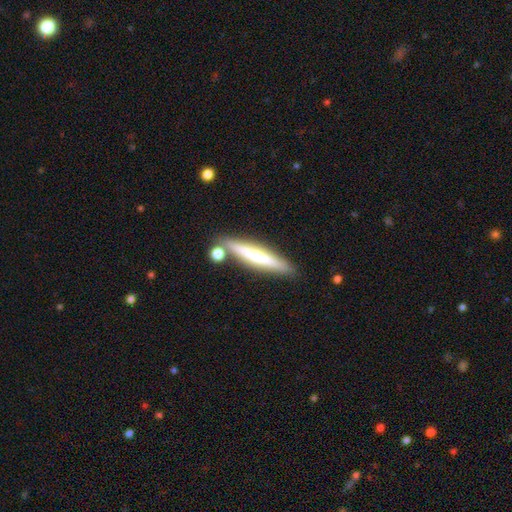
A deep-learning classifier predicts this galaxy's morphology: smooth 51%, featured or disk 42%, star or artifact 7%. Down the decision tree: how rounded — cigar-shaped (92%); merging — none (80%).